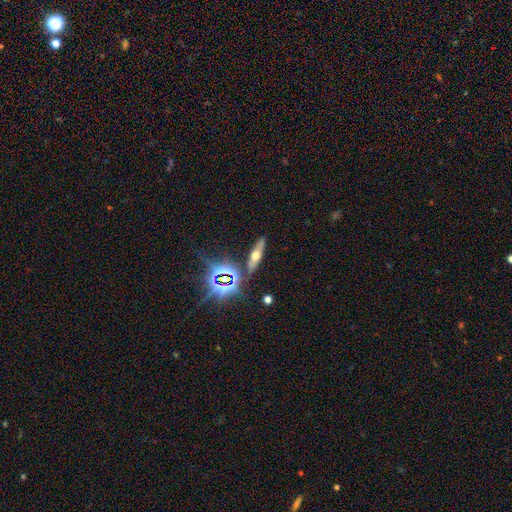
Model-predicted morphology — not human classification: A smooth galaxy with no disk features (39%).

Vote fractions:
- Smooth or featured? smooth: 39% / featured or disk: 36% / star or artifact: 25%
- Merging? none: 84% / minor disturbance: 10% / merger: 3% / major disturbance: 3%